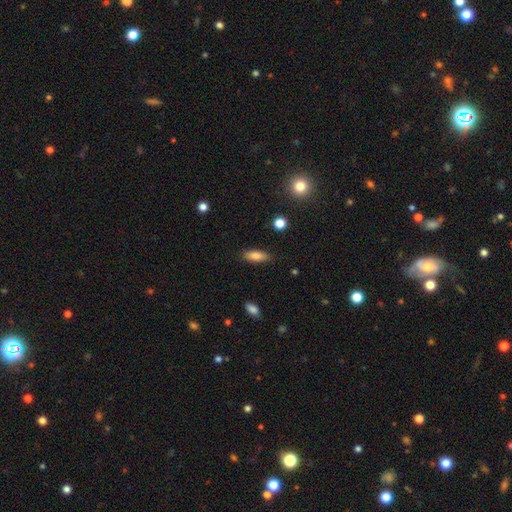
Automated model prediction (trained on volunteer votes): Smooth or featured? smooth (82%)
How rounded? in between (69%)
Merging? none (85%)